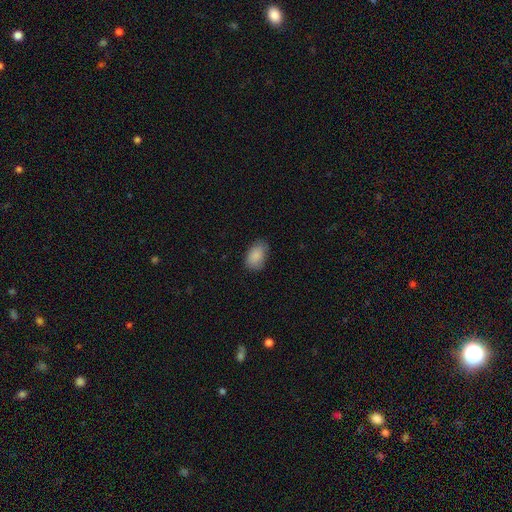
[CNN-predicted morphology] smooth 88%, star or artifact 7%, featured or disk 5%. Down the decision tree: how rounded — in between (89%); merging — none (77%).